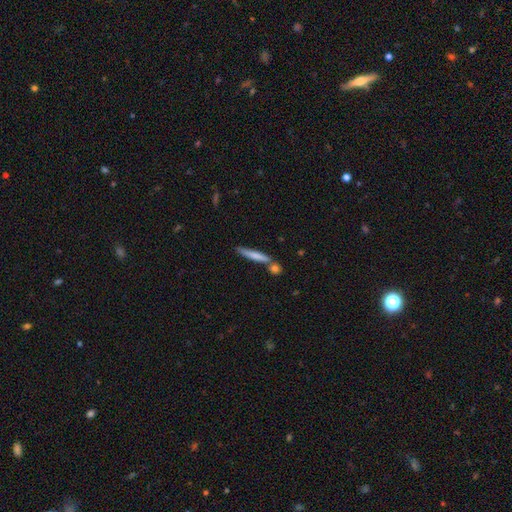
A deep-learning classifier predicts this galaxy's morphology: smooth 67%, featured or disk 28%, star or artifact 6%. Down the decision tree: how rounded — cigar-shaped (93%); merging — none (72%).